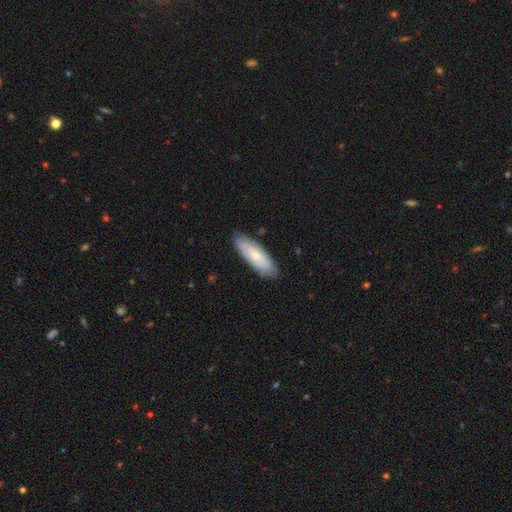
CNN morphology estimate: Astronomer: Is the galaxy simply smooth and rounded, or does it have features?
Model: smooth — 61%.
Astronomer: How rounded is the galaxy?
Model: in between — 62%.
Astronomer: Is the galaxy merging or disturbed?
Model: none — 84%.